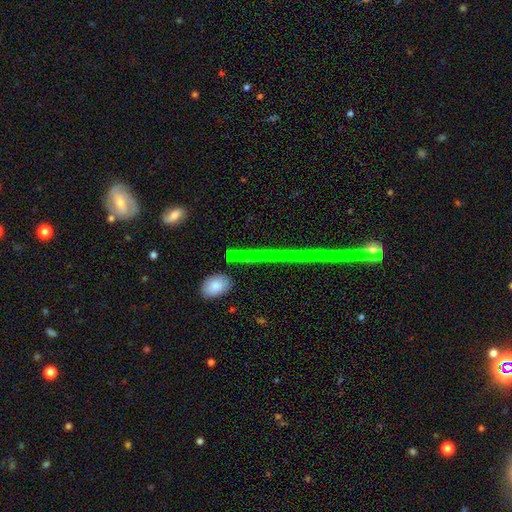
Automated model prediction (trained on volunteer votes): A star or artifact, not a galaxy (49%).